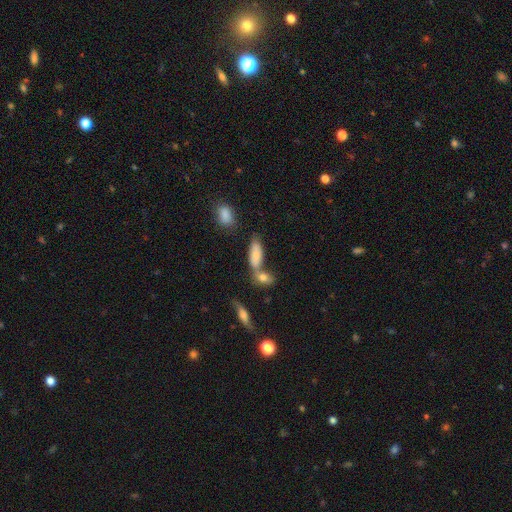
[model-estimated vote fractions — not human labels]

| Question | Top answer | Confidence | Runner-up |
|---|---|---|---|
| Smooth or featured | smooth | 77% | featured or disk (15%) |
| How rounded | in between | 77% | cigar-shaped (20%) |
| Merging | none | 43% | merger (38%) |